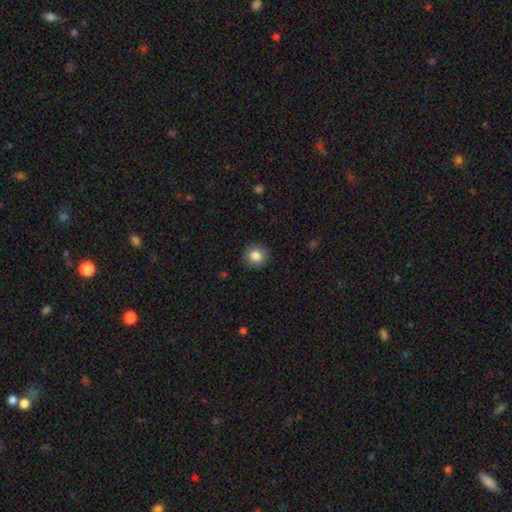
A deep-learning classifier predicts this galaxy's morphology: Q: Smooth or featured?
A: smooth (85%); runner-up: star or artifact (9%)
Q: How rounded?
A: round (88%); runner-up: in between (11%)
Q: Merging?
A: none (88%); runner-up: minor disturbance (9%)